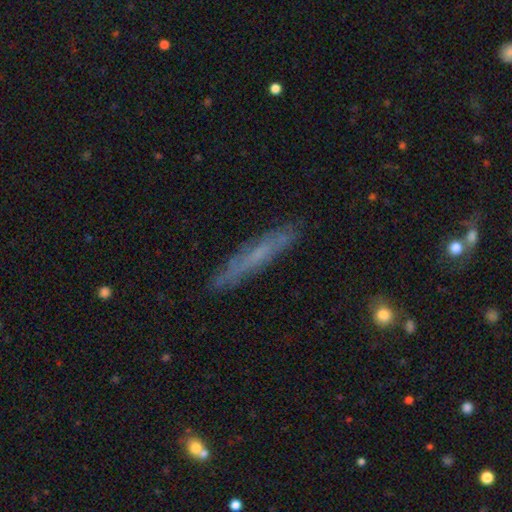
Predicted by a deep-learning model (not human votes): Smooth or featured: featured or disk — 47% (smooth — 45%)
Merging: none — 84% (minor disturbance — 12%)